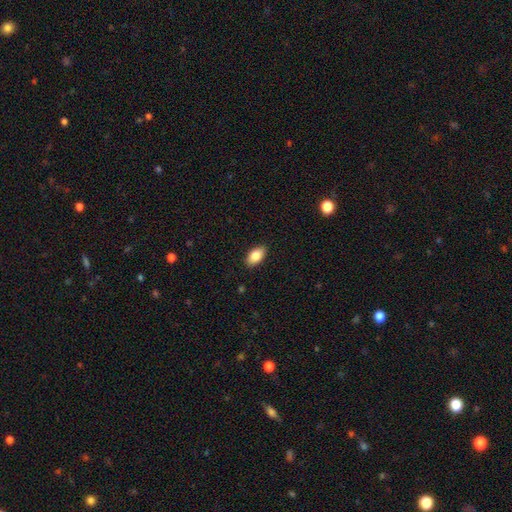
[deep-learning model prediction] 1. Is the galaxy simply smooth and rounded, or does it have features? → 85% smooth, 8% featured or disk, 7% star or artifact.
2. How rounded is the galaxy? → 93% in between, 4% round, 3% cigar-shaped.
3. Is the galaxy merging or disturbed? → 88% none, 9% minor disturbance, 2% major disturbance, 1% merger.